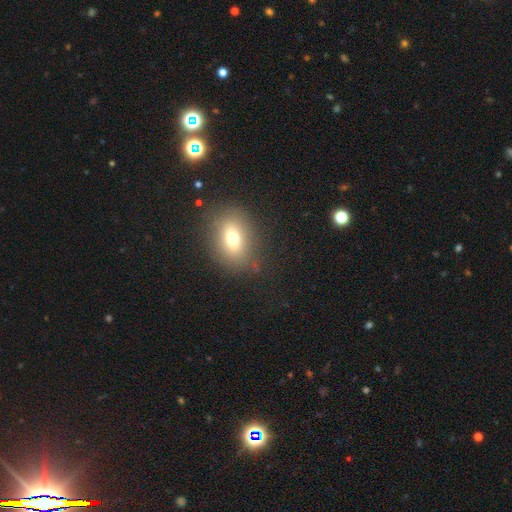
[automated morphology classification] Overall: smooth (59%; star or artifact 24%). How rounded: in between (65%; round 33%). Merging: none (81%).